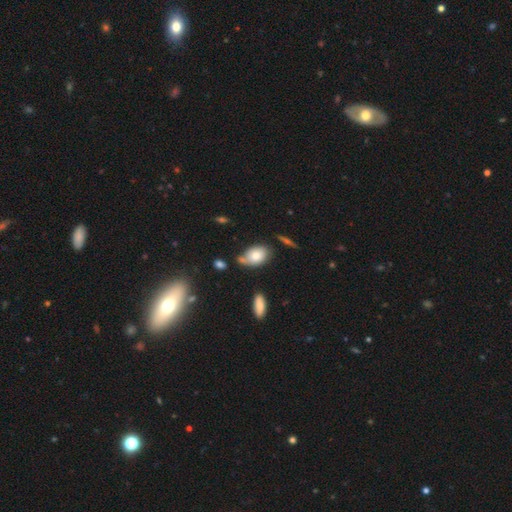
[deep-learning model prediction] A smooth galaxy with no disk features (75%) that is in between round and cigar-shaped (85%).

Vote fractions:
- Smooth or featured? smooth: 75% / featured or disk: 17% / star or artifact: 8%
- How rounded? in between: 85% / round: 14% / cigar-shaped: 2%
- Merging? none: 52% / minor disturbance: 26% / merger: 14% / major disturbance: 8%